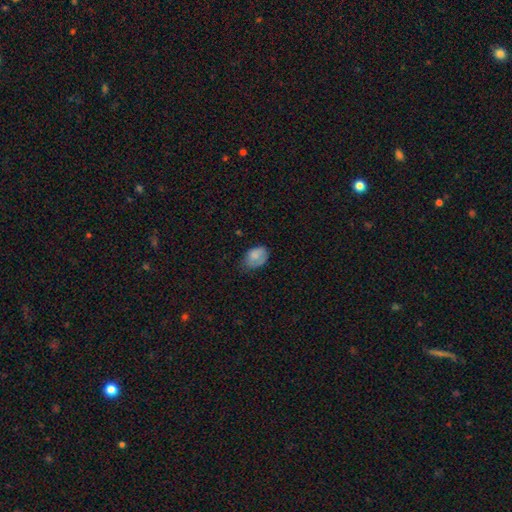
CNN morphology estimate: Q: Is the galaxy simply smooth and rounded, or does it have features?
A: smooth — 79%.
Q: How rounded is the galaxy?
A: in between — 82%.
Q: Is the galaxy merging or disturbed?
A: none — 50%.